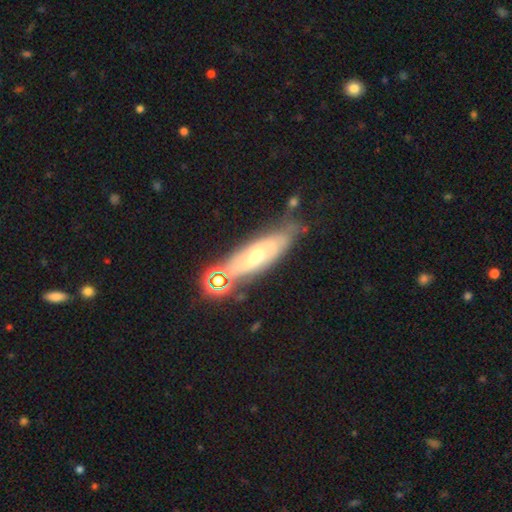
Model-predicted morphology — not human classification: Smooth or featured? Predicted: featured or disk (p=0.65). Edge-on disk? Predicted: no (p=0.71). Merging? Predicted: none (p=0.64).